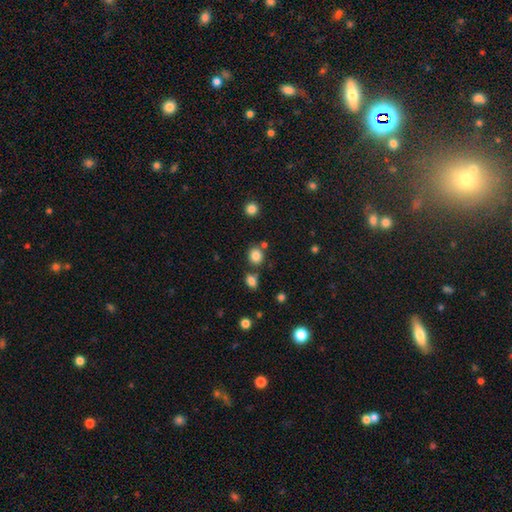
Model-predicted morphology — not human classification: smooth 83%, star or artifact 11%, featured or disk 5%. Down the decision tree: how rounded — round (83%); merging — none (75%).